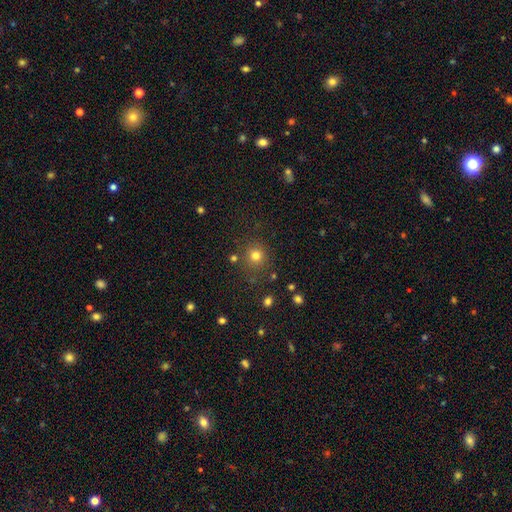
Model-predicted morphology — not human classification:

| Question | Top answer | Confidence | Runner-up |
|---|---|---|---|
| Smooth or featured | smooth | 77% | star or artifact (16%) |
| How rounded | round | 92% | in between (7%) |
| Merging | none | 83% | minor disturbance (9%) |